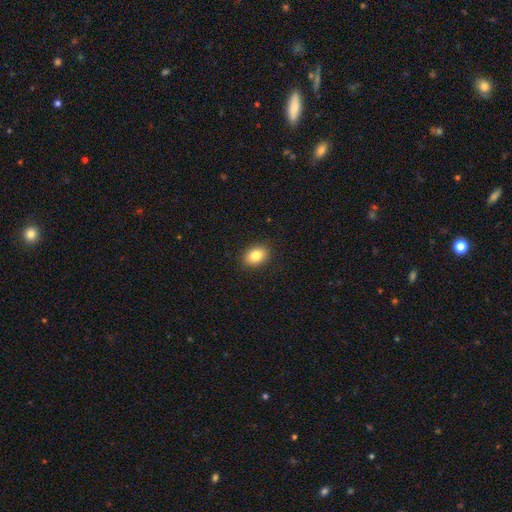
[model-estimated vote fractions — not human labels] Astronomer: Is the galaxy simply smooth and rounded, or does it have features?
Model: smooth — 83%.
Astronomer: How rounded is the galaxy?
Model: in between — 75%.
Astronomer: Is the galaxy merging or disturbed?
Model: none — 90%.